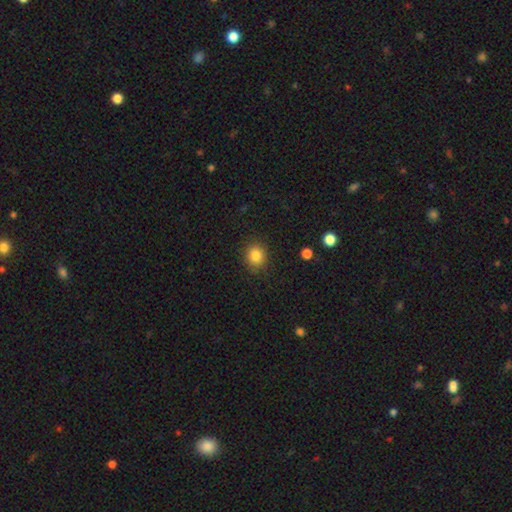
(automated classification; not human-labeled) Smooth or featured? smooth (84%)
How rounded? round (73%)
Merging? none (85%)